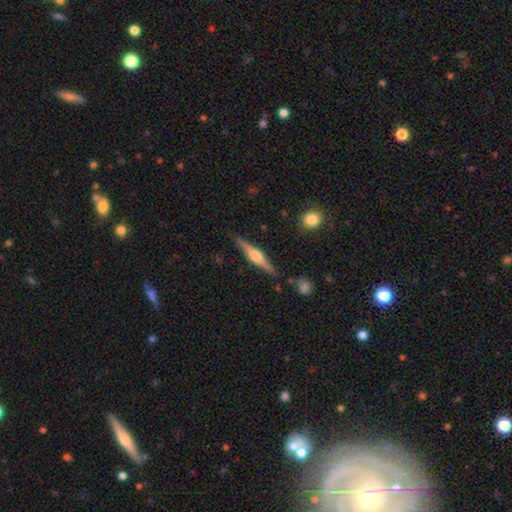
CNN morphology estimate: Q: Smooth or featured?
A: featured or disk (70%); runner-up: smooth (24%)
Q: Edge-on disk?
A: yes (97%); runner-up: no (3%)
Q: Edge-on bulge?
A: rounded (85%); runner-up: boxy (12%)
Q: Merging?
A: none (86%); runner-up: minor disturbance (10%)